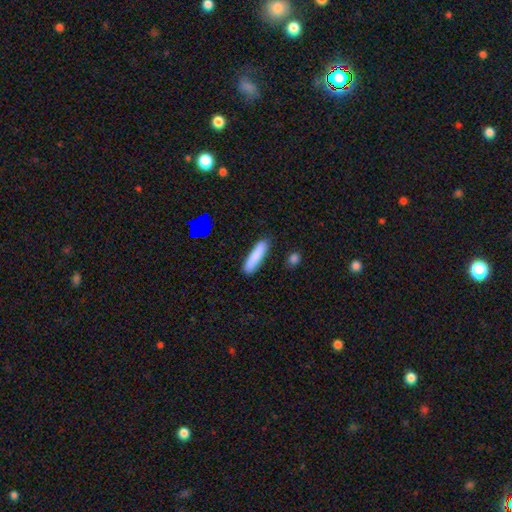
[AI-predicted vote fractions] smooth-or-featured: smooth: 82% | featured or disk: 10% | star or artifact: 7%
  how-rounded: cigar-shaped: 82% | in between: 16% | round: 2%
  merging: none: 86% | minor disturbance: 10% | major disturbance: 2% | merger: 2%